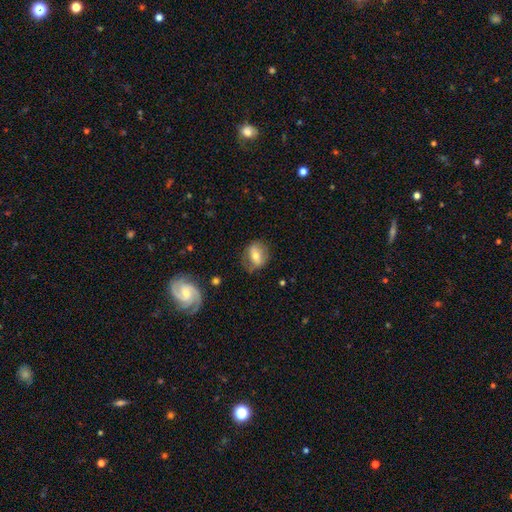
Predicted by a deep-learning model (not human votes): A smooth galaxy with no disk features (53%) that is in between round and cigar-shaped (57%). Merging: none (70%).